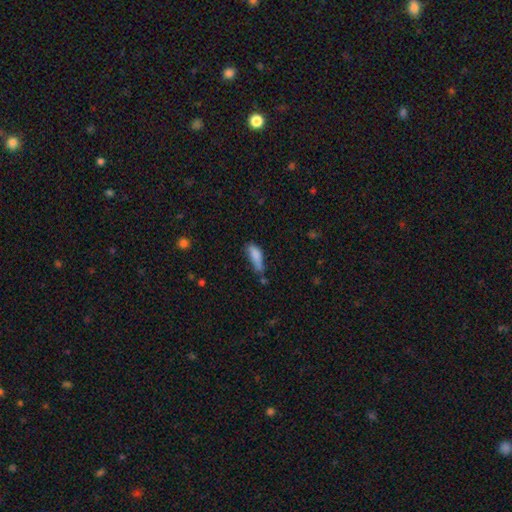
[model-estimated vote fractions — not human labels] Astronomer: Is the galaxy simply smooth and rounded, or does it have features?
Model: smooth — 80%.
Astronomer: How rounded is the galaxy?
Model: in between — 66%.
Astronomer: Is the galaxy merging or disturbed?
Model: minor disturbance — 38% (runner-up: none, 33%).